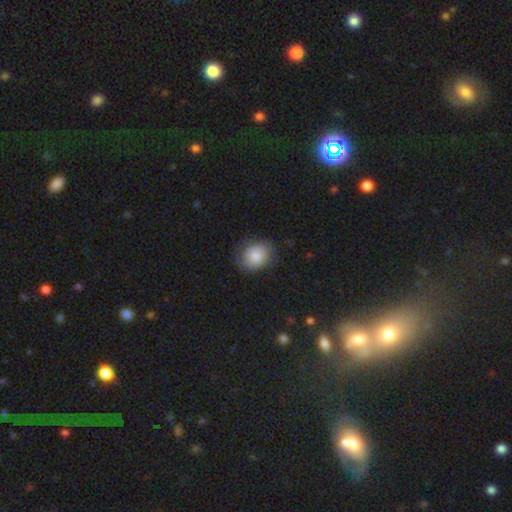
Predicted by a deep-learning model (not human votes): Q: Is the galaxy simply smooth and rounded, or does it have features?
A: smooth — 74%.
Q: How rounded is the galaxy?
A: round — 63%.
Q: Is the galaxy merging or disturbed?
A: none — 70%.